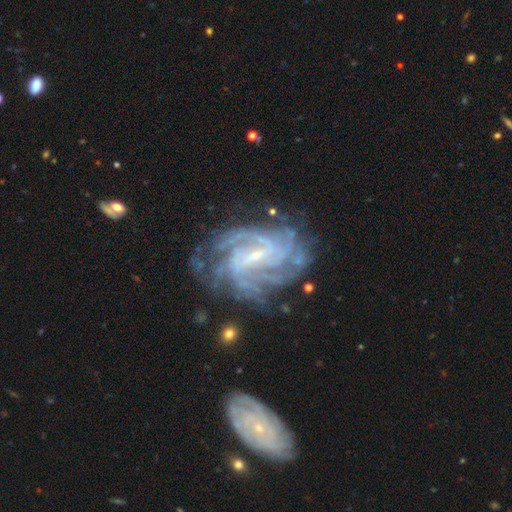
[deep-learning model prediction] Smooth or featured? featured or disk (89%)
Edge-on disk? no (97%)
Bar? weak (52%)
Spiral arms? yes (97%)
Spiral winding? tight (56%)
Spiral arm count? 4 (29%)
Bulge size? small (72%)
Merging? none (69%)